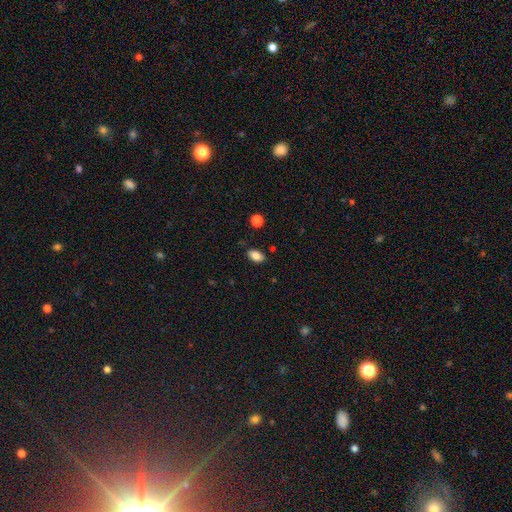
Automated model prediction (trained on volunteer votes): Q: Smooth or featured?
A: smooth (85%); runner-up: star or artifact (9%)
Q: How rounded?
A: in between (90%); runner-up: round (7%)
Q: Merging?
A: none (83%); runner-up: minor disturbance (12%)